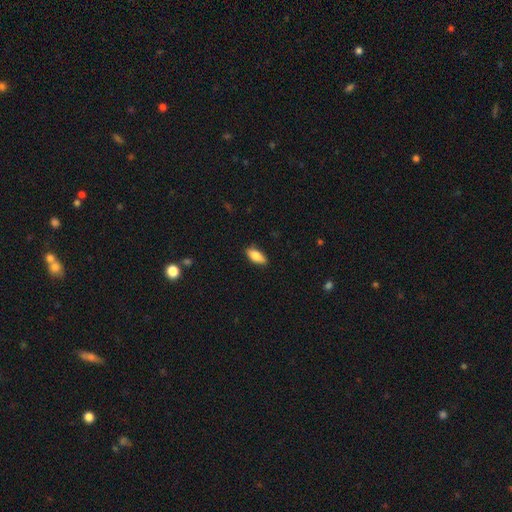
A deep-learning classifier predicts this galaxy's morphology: Smooth or featured?
  - smooth: 81% *
  - featured or disk: 13%
  - star or artifact: 6%
How rounded?
  - in between: 81% *
  - cigar-shaped: 17%
  - round: 2%
Merging?
  - none: 86% *
  - minor disturbance: 11%
  - major disturbance: 2%
  - merger: 1%